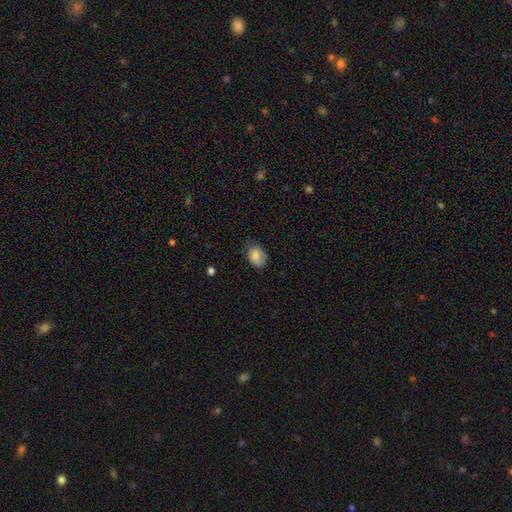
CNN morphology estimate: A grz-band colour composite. It shows a smooth galaxy with no disk features (82%) that is in between round and cigar-shaped (75%). Merging: none (54%).